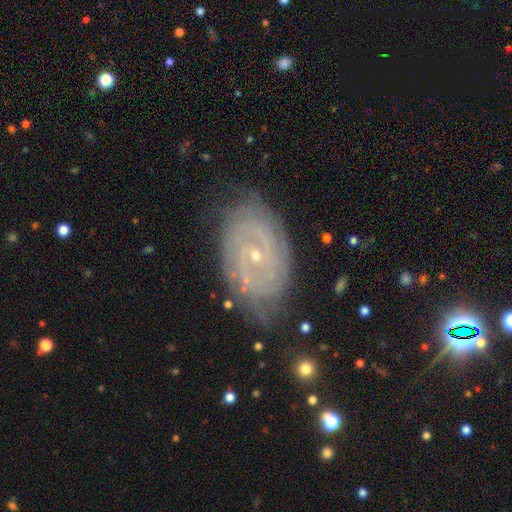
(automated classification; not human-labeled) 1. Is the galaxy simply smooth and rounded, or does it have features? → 83% featured or disk, 10% smooth, 8% star or artifact.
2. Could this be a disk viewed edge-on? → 96% no, 4% yes.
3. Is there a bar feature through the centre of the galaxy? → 62% no, 30% weak, 8% strong.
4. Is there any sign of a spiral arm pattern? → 94% yes, 6% no.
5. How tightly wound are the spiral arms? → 74% tight, 20% medium, 5% loose.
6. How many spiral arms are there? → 33% can't tell, 32% 2, 13% 3, 9% 4, 7% more than 4, 6% 1.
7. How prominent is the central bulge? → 83% small, 14% moderate, 1% none, 1% large, 1% dominant.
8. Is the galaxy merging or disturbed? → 76% none, 18% minor disturbance, 4% major disturbance, 2% merger.